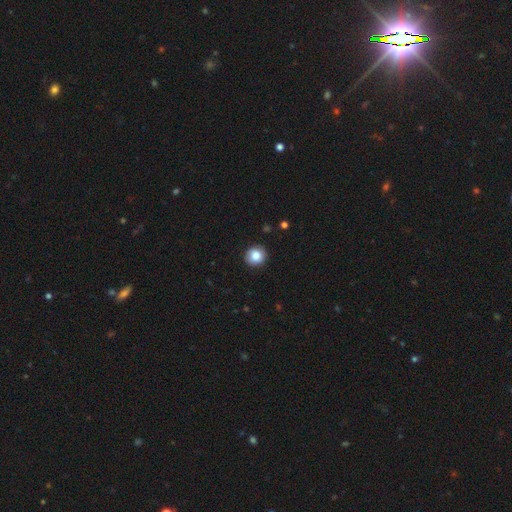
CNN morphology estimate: Q: Smooth or featured?
A: smooth (85%); runner-up: star or artifact (9%)
Q: How rounded?
A: round (91%); runner-up: in between (8%)
Q: Merging?
A: none (90%); runner-up: minor disturbance (7%)